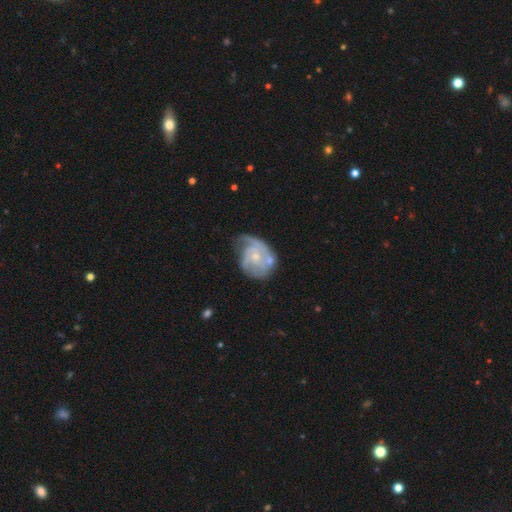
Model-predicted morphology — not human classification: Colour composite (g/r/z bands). It shows a featured or disk galaxy (79%) with no bar (68%), 2 (28%) tight (44%) spiral arms (89%) and a small central bulge (62%). Merging: none (41%).